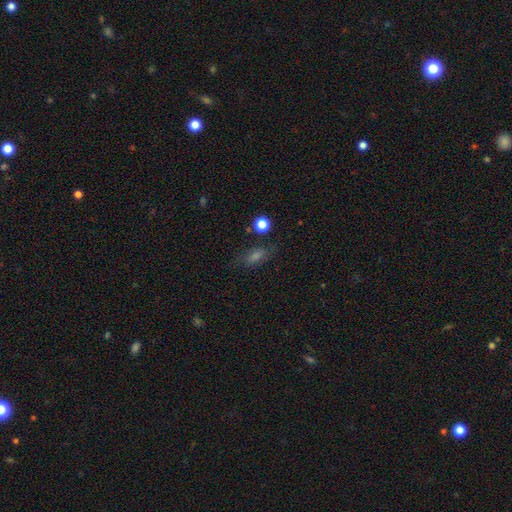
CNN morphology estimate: Smooth or featured?
  - smooth: 53% *
  - star or artifact: 26%
  - featured or disk: 20%
How rounded?
  - in between: 70% *
  - cigar-shaped: 16%
  - round: 13%
Merging?
  - none: 74% *
  - minor disturbance: 16%
  - major disturbance: 7%
  - merger: 3%